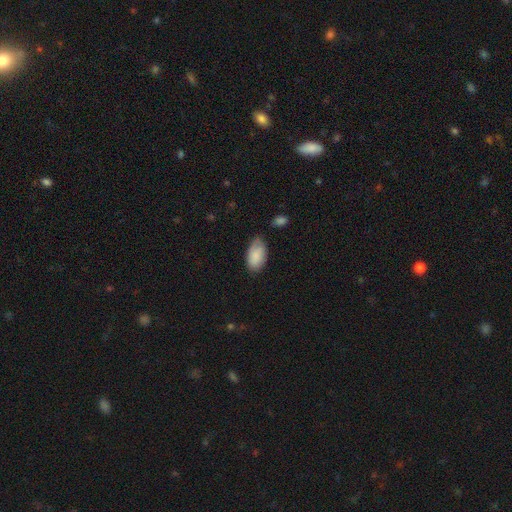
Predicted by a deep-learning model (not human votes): Smooth or featured?
  - smooth: 83% *
  - featured or disk: 11%
  - star or artifact: 6%
How rounded?
  - in between: 94% *
  - round: 4%
  - cigar-shaped: 2%
Merging?
  - none: 59% *
  - minor disturbance: 31%
  - major disturbance: 6%
  - merger: 3%